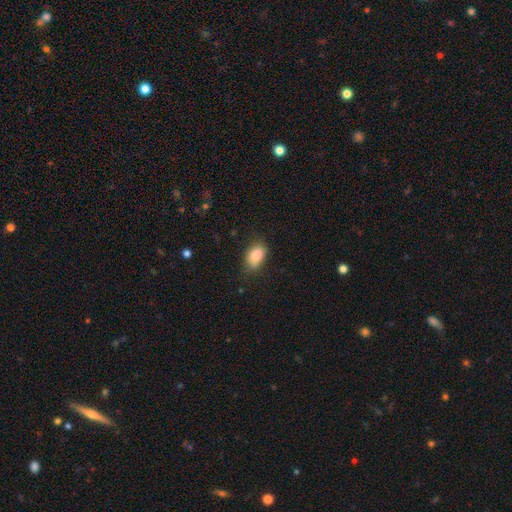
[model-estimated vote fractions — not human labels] Smooth or featured?
  - smooth: 83% *
  - featured or disk: 9%
  - star or artifact: 9%
How rounded?
  - in between: 84% *
  - round: 15%
  - cigar-shaped: 2%
Merging?
  - none: 76% *
  - minor disturbance: 18%
  - major disturbance: 4%
  - merger: 1%